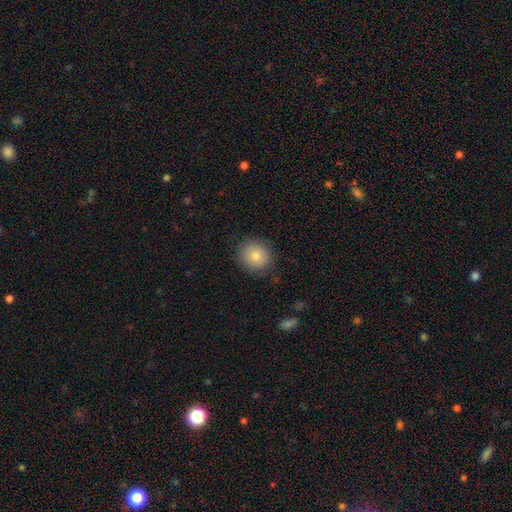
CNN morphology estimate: Smooth or featured? smooth (83%)
How rounded? round (87%)
Merging? none (86%)